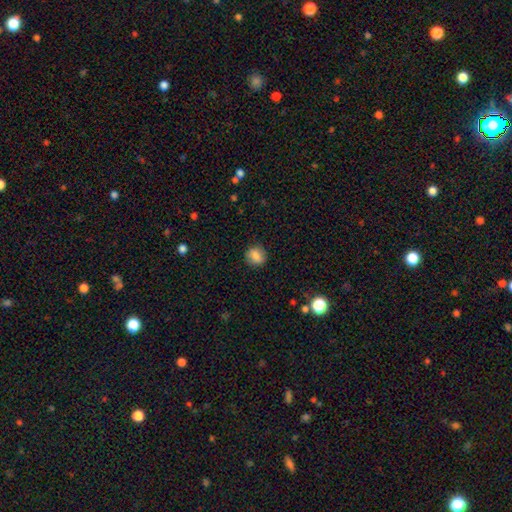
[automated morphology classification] smooth 81%, featured or disk 10%, star or artifact 9%. Down the decision tree: how rounded — round (75%); merging — none (86%).